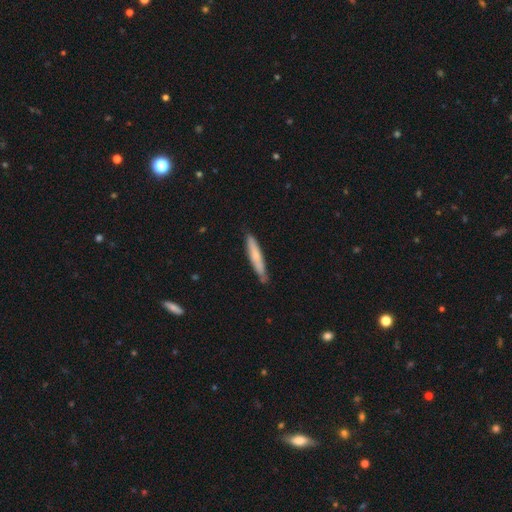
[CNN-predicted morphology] Q: Smooth or featured?
A: smooth (62%); runner-up: featured or disk (32%)
Q: How rounded?
A: cigar-shaped (92%); runner-up: in between (7%)
Q: Merging?
A: none (80%); runner-up: minor disturbance (16%)